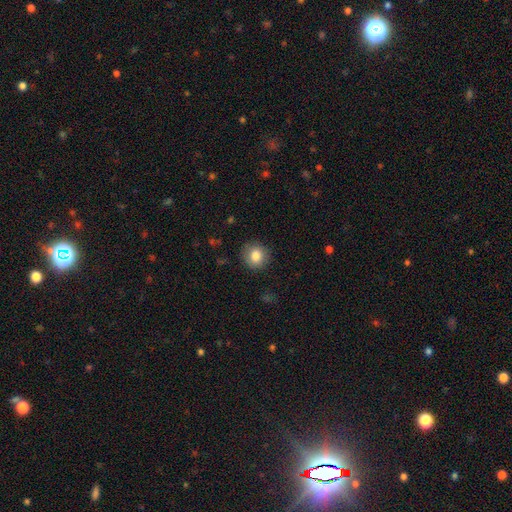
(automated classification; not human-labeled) smooth 84%, star or artifact 9%, featured or disk 7%. Down the decision tree: how rounded — round (87%); merging — none (88%).